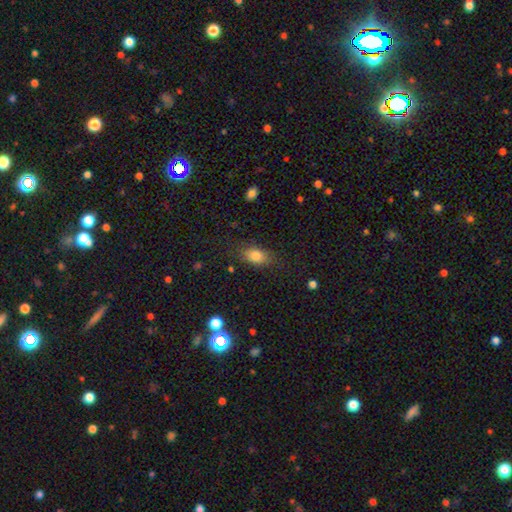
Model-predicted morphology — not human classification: type=smooth (82%); roundness=in between (84%); merging=none (77%).